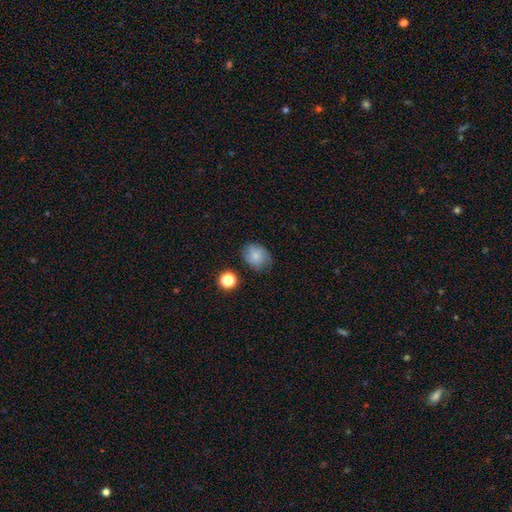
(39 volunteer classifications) Q: Smooth or featured?
A: smooth (85%); runner-up: featured or disk (10%)
Q: How rounded?
A: in between (58%); runner-up: round (42%)
Q: Merging?
A: none (76%); runner-up: minor disturbance (19%)